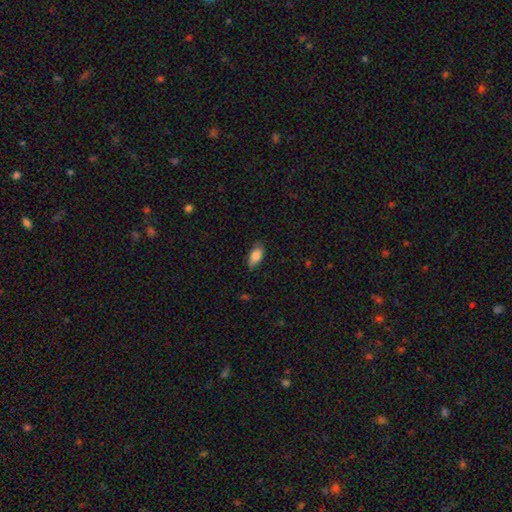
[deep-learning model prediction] Smooth or featured?
  - smooth: 83% *
  - featured or disk: 9%
  - star or artifact: 7%
How rounded?
  - in between: 89% *
  - cigar-shaped: 8%
  - round: 3%
Merging?
  - none: 74% *
  - minor disturbance: 21%
  - major disturbance: 4%
  - merger: 1%